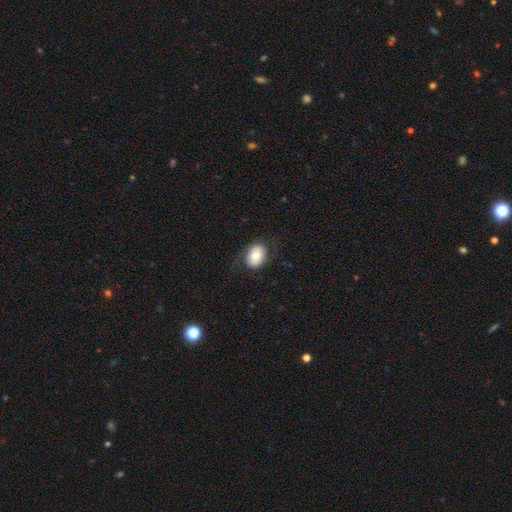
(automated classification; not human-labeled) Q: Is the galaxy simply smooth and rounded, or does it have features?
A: smooth — 72%.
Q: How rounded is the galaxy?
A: in between — 66%.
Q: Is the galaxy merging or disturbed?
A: none — 78%.